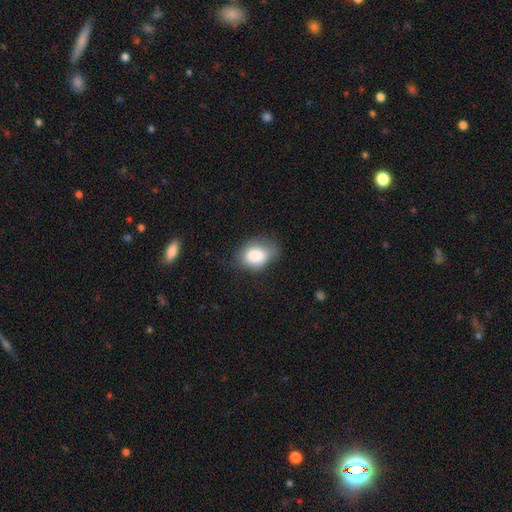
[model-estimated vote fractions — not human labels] A smooth galaxy with no disk features (84%) that is in between round and cigar-shaped (71%). Merging: none (56%).